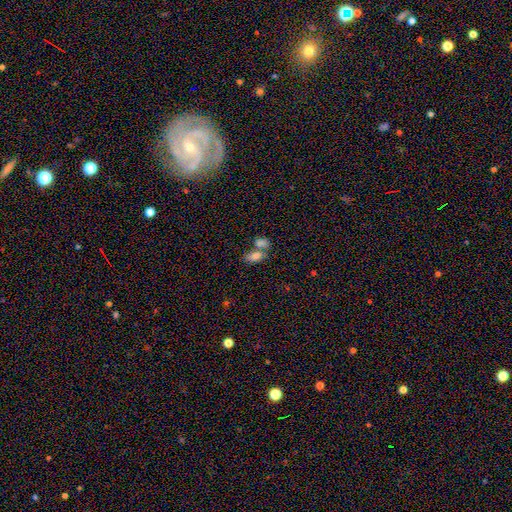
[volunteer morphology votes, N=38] Smooth or featured? smooth (68%)
How rounded? in between (81%)
Merging? none (47%)